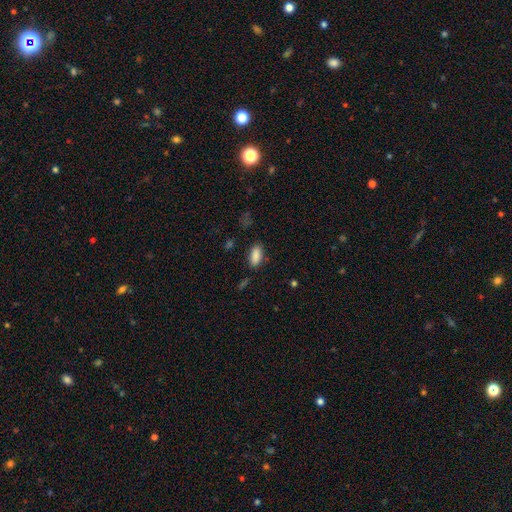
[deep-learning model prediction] Smooth or featured? smooth (88%)
How rounded? in between (88%)
Merging? none (83%)